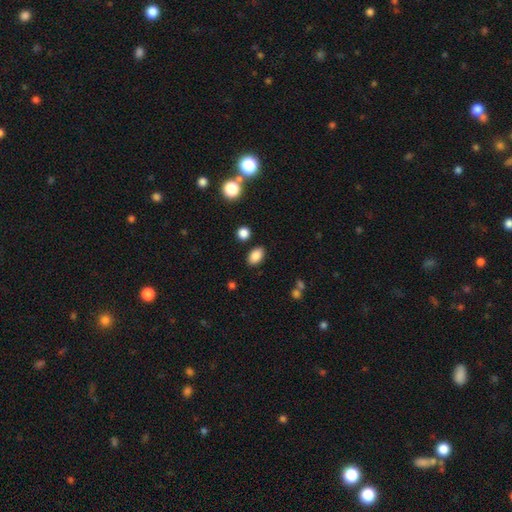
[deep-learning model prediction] Overall: smooth (86%). How rounded: in between (86%). Merging: none (86%).